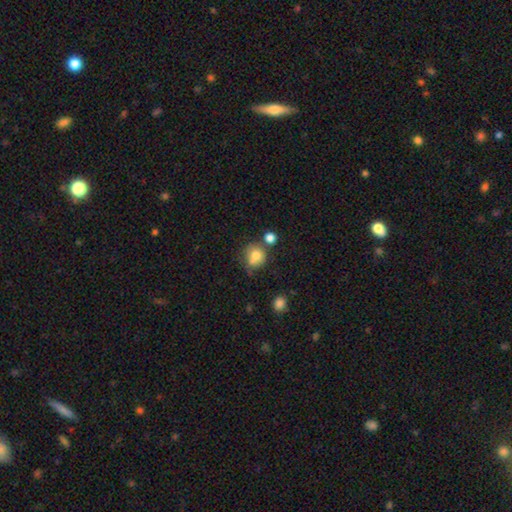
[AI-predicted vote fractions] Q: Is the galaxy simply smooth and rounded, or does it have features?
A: smooth — 75%.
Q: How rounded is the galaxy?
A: round — 77%.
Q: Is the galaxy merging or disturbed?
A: none — 49%.